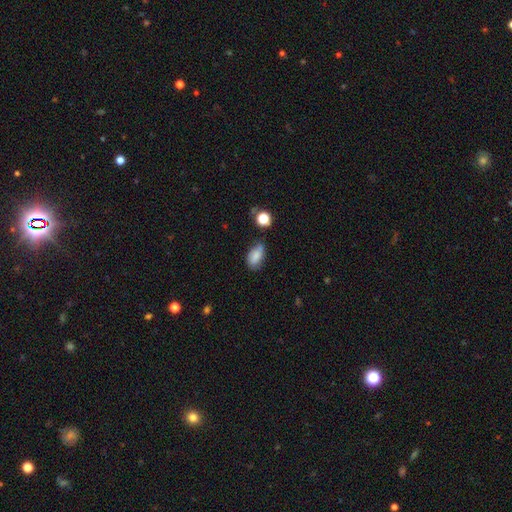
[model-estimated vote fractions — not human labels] Q: Smooth or featured?
A: smooth (77%); runner-up: featured or disk (13%)
Q: How rounded?
A: in between (89%); runner-up: round (8%)
Q: Merging?
A: none (60%); runner-up: minor disturbance (28%)